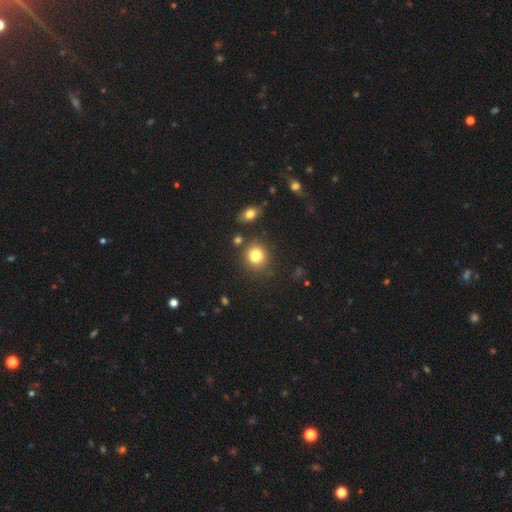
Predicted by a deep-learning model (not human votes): A smooth galaxy with no disk features (81%) that is round (73%).

Vote fractions:
- Smooth or featured? smooth: 81% / star or artifact: 12% / featured or disk: 8%
- How rounded? round: 73% / in between: 26% / cigar-shaped: 1%
- Merging? none: 67% / minor disturbance: 15% / merger: 13% / major disturbance: 5%